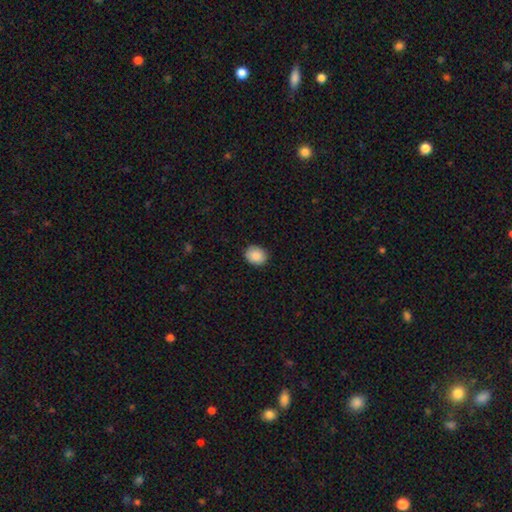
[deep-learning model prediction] A smooth galaxy with no disk features (89%) that is round (53%).

Vote fractions:
- Smooth or featured? smooth: 89% / star or artifact: 8% / featured or disk: 3%
- How rounded? round: 53% / in between: 46% / cigar-shaped: 1%
- Merging? none: 89% / minor disturbance: 8% / major disturbance: 2% / merger: 1%